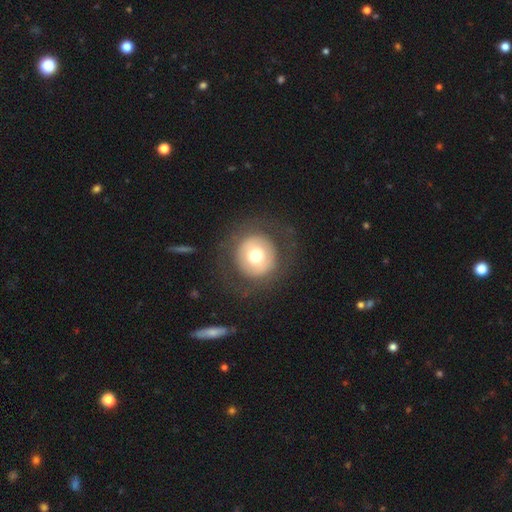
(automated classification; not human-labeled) This is possibly a smooth galaxy (58%). How rounded: clearly round (94%). Merging: clearly none (81%).